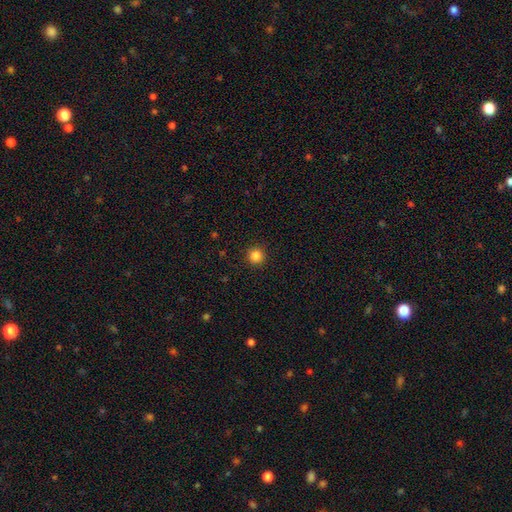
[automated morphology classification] smooth 84%, star or artifact 12%, featured or disk 4%. Down the decision tree: how rounded — round (95%); merging — none (93%).